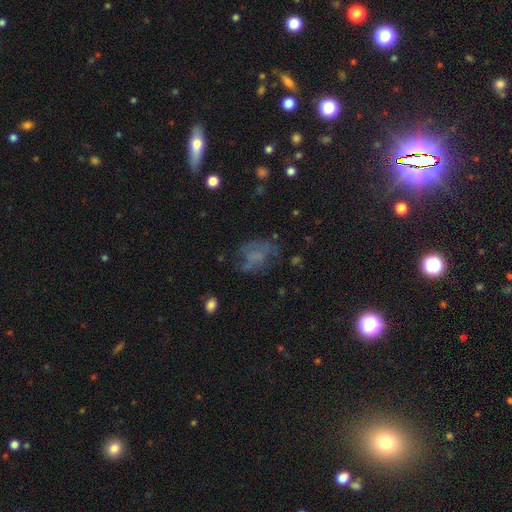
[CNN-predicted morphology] A smooth galaxy with no disk features (41%). Merging: none (47%).